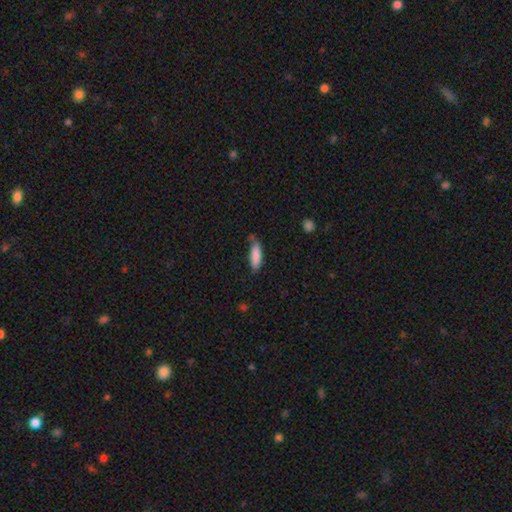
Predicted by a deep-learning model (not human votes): This appears to be a smooth galaxy with no disk features (86%) that is cigar-shaped (50%). Merging: none (65%).